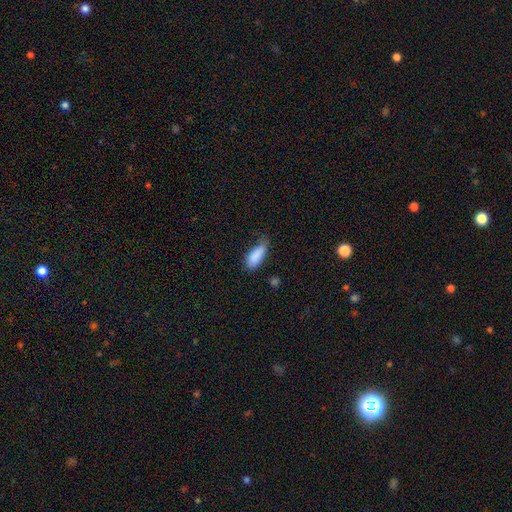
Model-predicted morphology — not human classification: This is clearly a smooth galaxy (88%). How rounded: likely in between (79%). Merging: possibly none (59%).